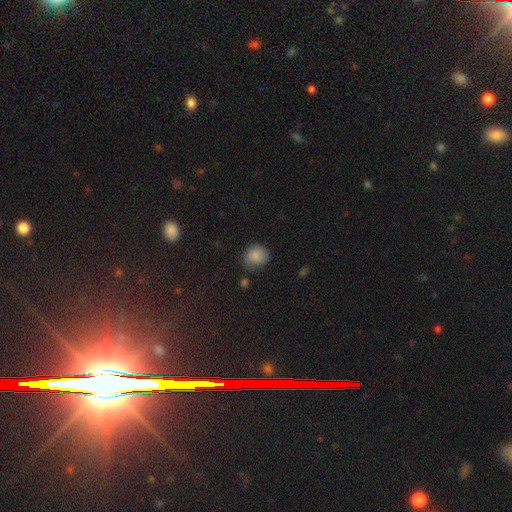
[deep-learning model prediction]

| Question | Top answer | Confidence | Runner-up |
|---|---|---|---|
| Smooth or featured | smooth | 85% | star or artifact (9%) |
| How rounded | round | 71% | in between (28%) |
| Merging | none | 69% | minor disturbance (23%) |